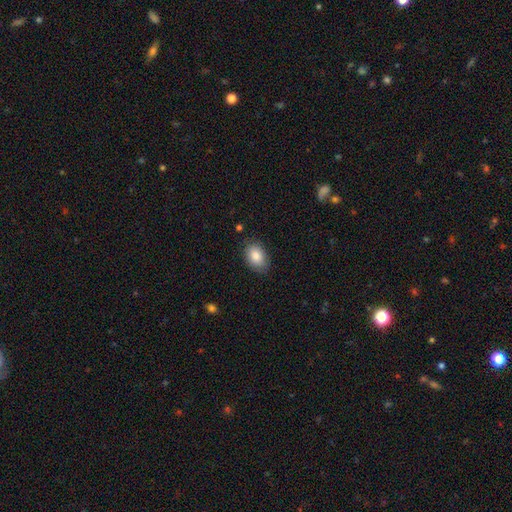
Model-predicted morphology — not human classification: This appears to be a smooth galaxy with no disk features (86%) that is in between round and cigar-shaped (84%). Merging: none (82%).